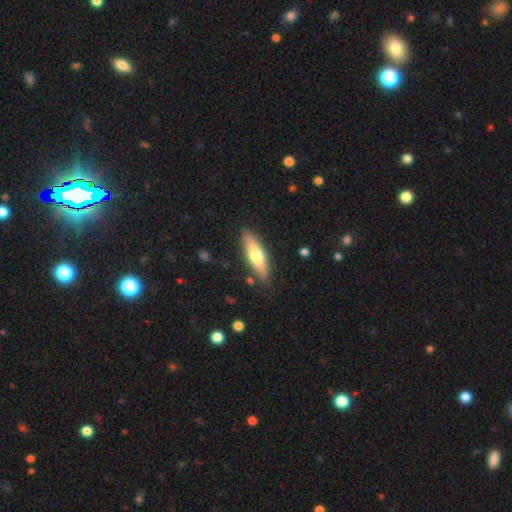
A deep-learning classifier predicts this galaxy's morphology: smooth-or-featured: smooth: 60% | featured or disk: 35% | star or artifact: 6%
  how-rounded: cigar-shaped: 59% | in between: 39% | round: 2%
  merging: none: 84% | minor disturbance: 11% | major disturbance: 2% | merger: 2%